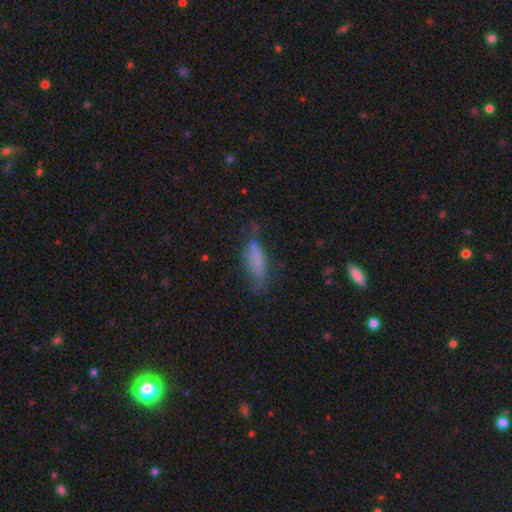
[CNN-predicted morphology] Smooth or featured?
  - smooth: 71% *
  - featured or disk: 17%
  - star or artifact: 11%
How rounded?
  - cigar-shaped: 52% *
  - in between: 45%
  - round: 2%
Merging?
  - none: 51% *
  - minor disturbance: 31%
  - major disturbance: 16%
  - merger: 3%